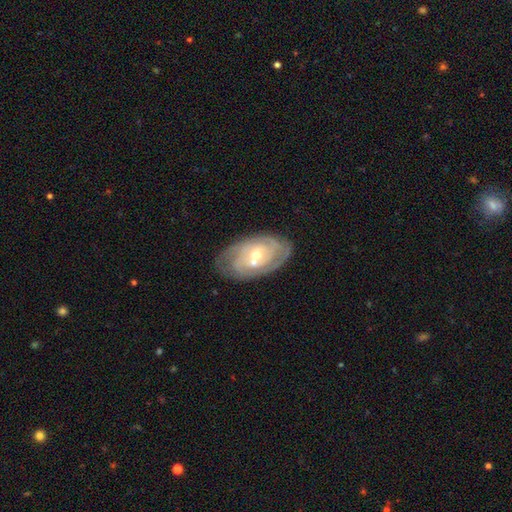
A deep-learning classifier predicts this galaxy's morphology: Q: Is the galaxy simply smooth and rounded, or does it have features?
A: featured or disk — 81%.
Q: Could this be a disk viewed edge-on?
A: no — 95%.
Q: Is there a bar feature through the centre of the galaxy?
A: no — 54%.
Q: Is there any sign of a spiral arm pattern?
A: yes — 89%.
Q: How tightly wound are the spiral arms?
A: tight — 71%.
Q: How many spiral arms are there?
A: can't tell — 37%.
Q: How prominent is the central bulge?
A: moderate — 51%.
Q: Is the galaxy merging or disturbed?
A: none — 69%.